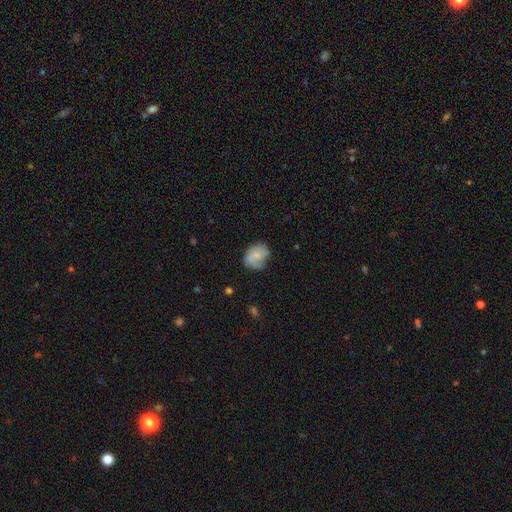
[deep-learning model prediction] Smooth or featured: smooth — 59% (featured or disk — 33%)
How rounded: in between — 52% (round — 47%)
Merging: none — 49% (minor disturbance — 32%)